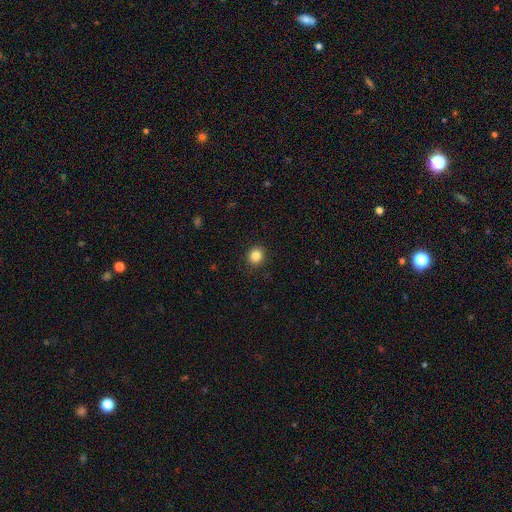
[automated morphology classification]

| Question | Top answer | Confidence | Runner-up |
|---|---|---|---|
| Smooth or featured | smooth | 86% | star or artifact (10%) |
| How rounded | round | 80% | in between (19%) |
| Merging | none | 90% | minor disturbance (7%) |